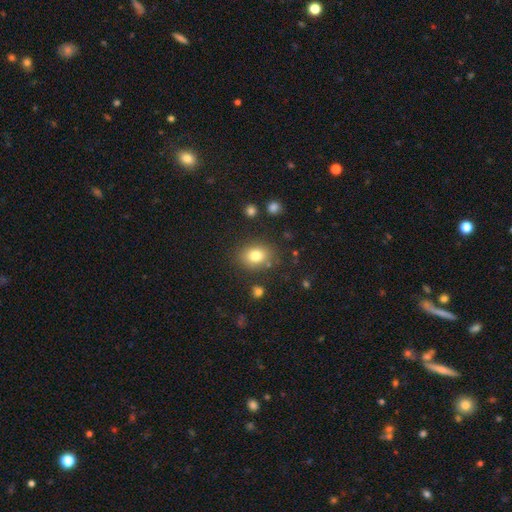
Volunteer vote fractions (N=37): A smooth galaxy with no disk features (84%) that is in between round and cigar-shaped (58%). Merging: none (74%).